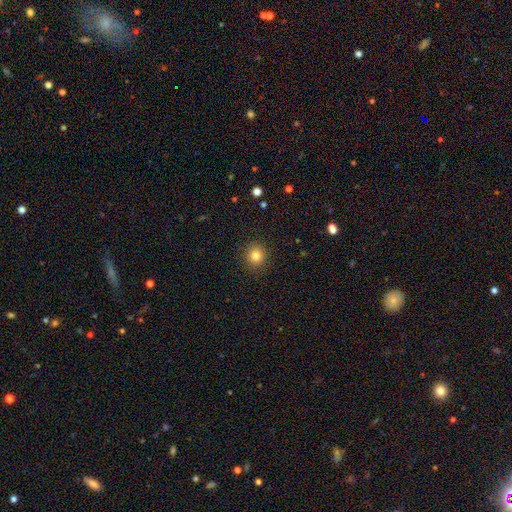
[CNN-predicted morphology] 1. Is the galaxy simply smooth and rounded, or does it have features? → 83% smooth, 12% star or artifact, 6% featured or disk.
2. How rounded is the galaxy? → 89% round, 10% in between, 1% cigar-shaped.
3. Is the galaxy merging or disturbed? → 90% none, 7% minor disturbance, 2% major disturbance, 1% merger.